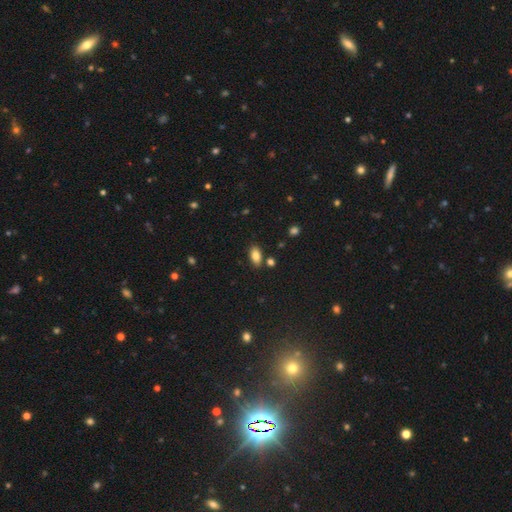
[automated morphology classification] smooth-or-featured: smooth: 84% | star or artifact: 9% | featured or disk: 7%
  how-rounded: in between: 91% | round: 5% | cigar-shaped: 4%
  merging: none: 82% | minor disturbance: 11% | merger: 5% | major disturbance: 2%